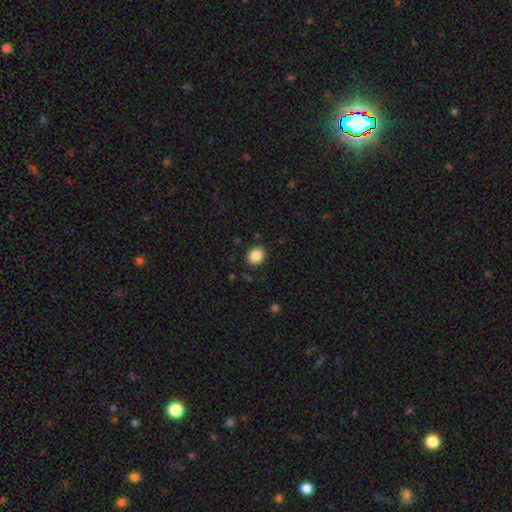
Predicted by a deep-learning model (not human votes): A smooth galaxy with no disk features (86%) that is round (67%).

Vote fractions:
- Smooth or featured? smooth: 86% / star or artifact: 9% / featured or disk: 5%
- How rounded? round: 67% / in between: 32% / cigar-shaped: 1%
- Merging? none: 89% / minor disturbance: 8% / major disturbance: 2% / merger: 1%